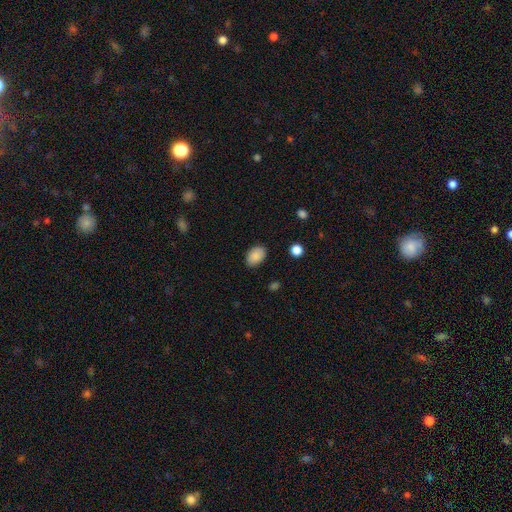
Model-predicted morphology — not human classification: A smooth galaxy with no disk features (89%) that is in between round and cigar-shaped (85%).

Vote fractions:
- Smooth or featured? smooth: 89% / star or artifact: 8% / featured or disk: 4%
- How rounded? in between: 85% / round: 14% / cigar-shaped: 1%
- Merging? none: 86% / minor disturbance: 11% / major disturbance: 3% / merger: 1%